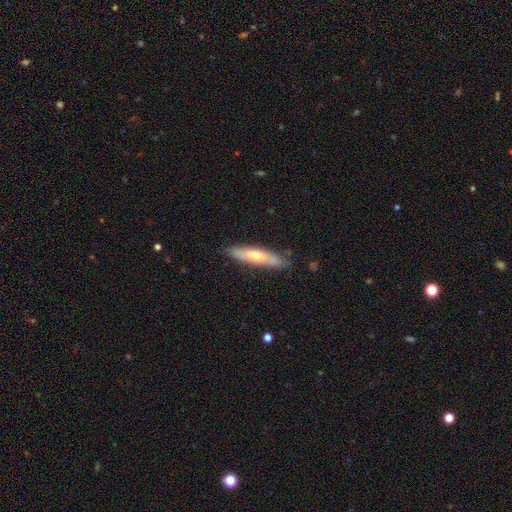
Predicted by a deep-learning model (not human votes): Smooth or featured?
  - smooth: 55% *
  - featured or disk: 39%
  - star or artifact: 6%
How rounded?
  - cigar-shaped: 81% *
  - in between: 18%
  - round: 1%
Merging?
  - none: 82% *
  - minor disturbance: 14%
  - major disturbance: 3%
  - merger: 2%